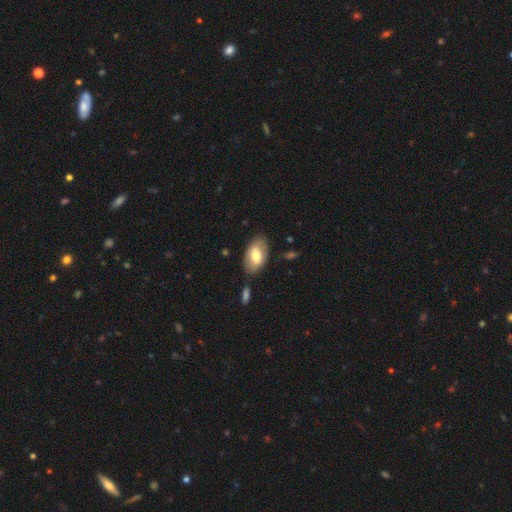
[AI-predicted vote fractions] A smooth galaxy with no disk features (67%) that is in between round and cigar-shaped (93%).

Vote fractions:
- Smooth or featured? smooth: 67% / featured or disk: 27% / star or artifact: 6%
- How rounded? in between: 93% / round: 5% / cigar-shaped: 2%
- Merging? none: 77% / minor disturbance: 15% / merger: 4% / major disturbance: 4%